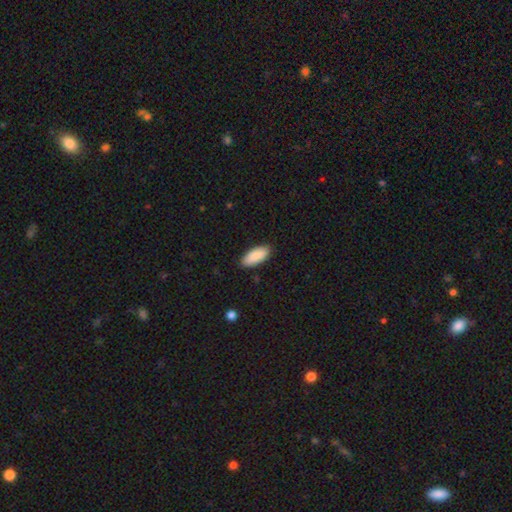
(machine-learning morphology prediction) The model was most divided on "how rounded": in between: 85%, cigar-shaped: 14%, round: 2%. More confident: smooth or featured — smooth (90%); merging — none (88%).